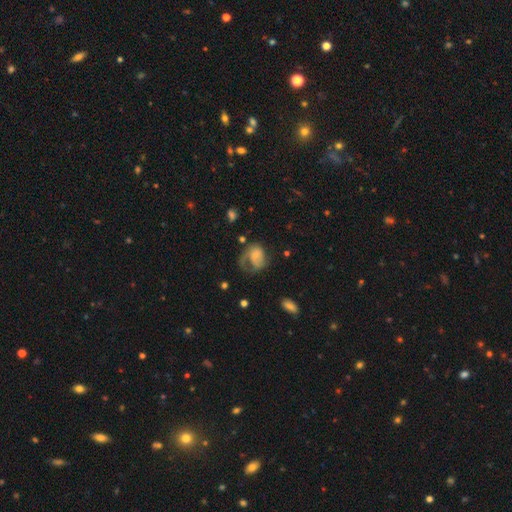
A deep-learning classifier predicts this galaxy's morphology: The model was most divided on "smooth or featured": smooth: 51%, featured or disk: 39%, star or artifact: 10%. More confident: how rounded — in between (57%); merging — major disturbance (50%).